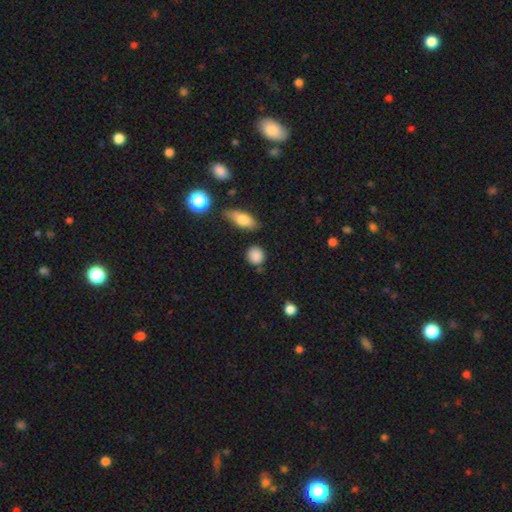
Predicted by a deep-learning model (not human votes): A smooth galaxy with no disk features (86%) that is round (84%).

Vote fractions:
- Smooth or featured? smooth: 86% / star or artifact: 9% / featured or disk: 5%
- How rounded? round: 84% / in between: 14% / cigar-shaped: 2%
- Merging? none: 79% / minor disturbance: 12% / merger: 5% / major disturbance: 3%